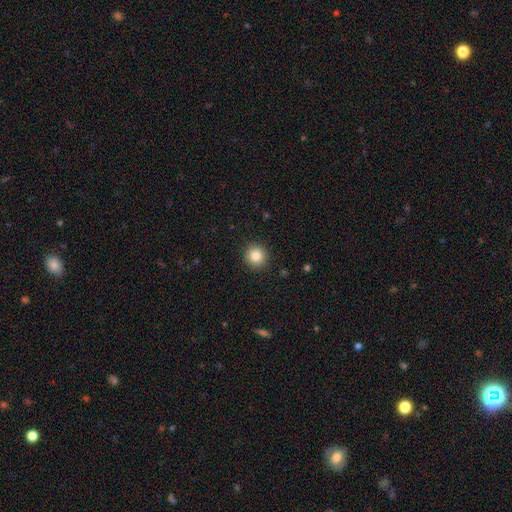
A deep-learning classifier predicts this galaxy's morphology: type=smooth (84%); roundness=round (93%); merging=none (92%).